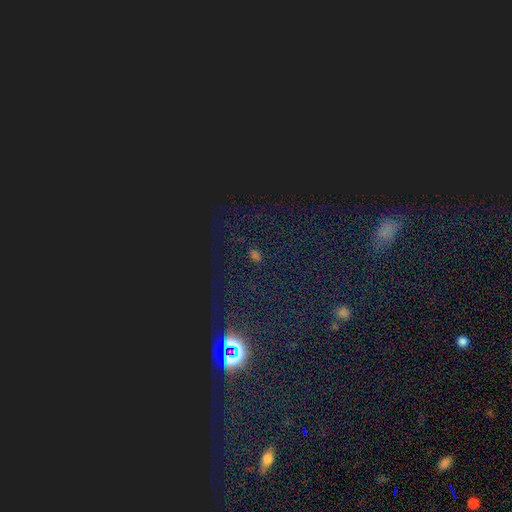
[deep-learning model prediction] Smooth or featured: star or artifact — 78% (smooth — 15%)